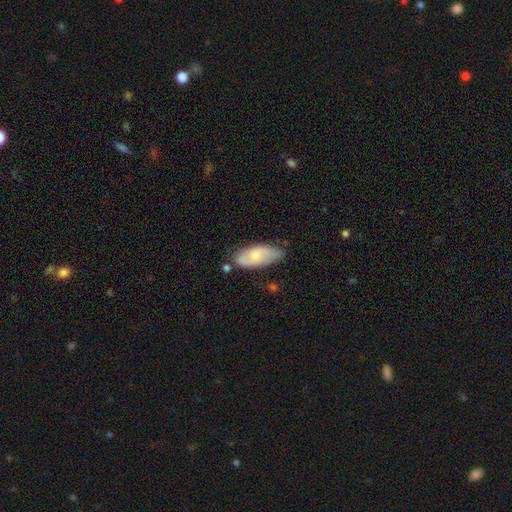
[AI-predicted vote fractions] Overall: smooth (65%; featured or disk 29%). How rounded: in between (85%). Merging: none (64%; minor disturbance 26%).